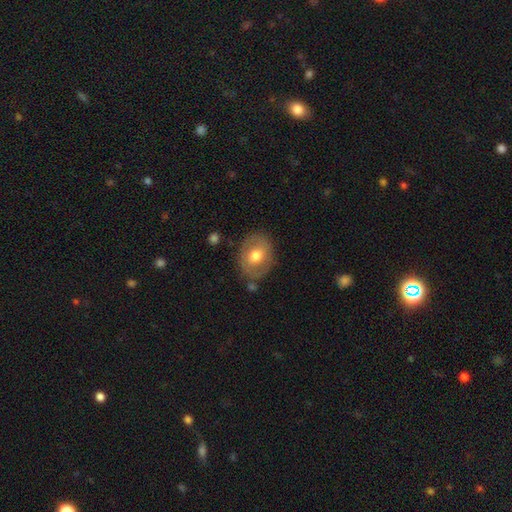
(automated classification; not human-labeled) Morphology: type=smooth (55%); roundness=in between (50%); merging=none (77%).